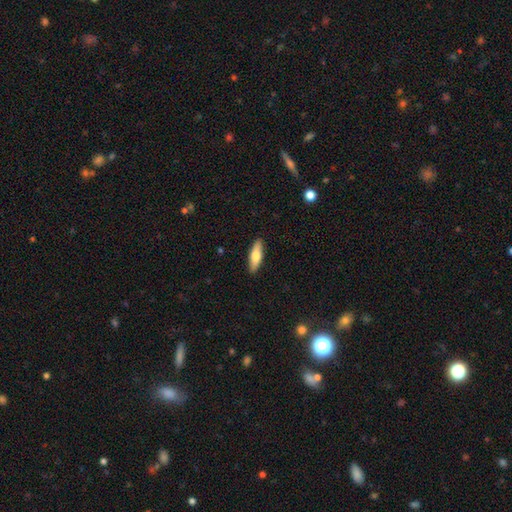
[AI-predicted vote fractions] A smooth galaxy with no disk features (69%) that is cigar-shaped (54%). Merging: none (90%).